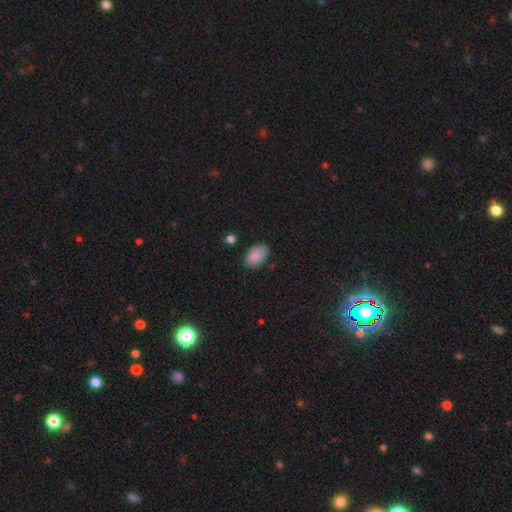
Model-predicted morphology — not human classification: A smooth galaxy with no disk features (88%) that is in between round and cigar-shaped (92%). Merging: none (83%).